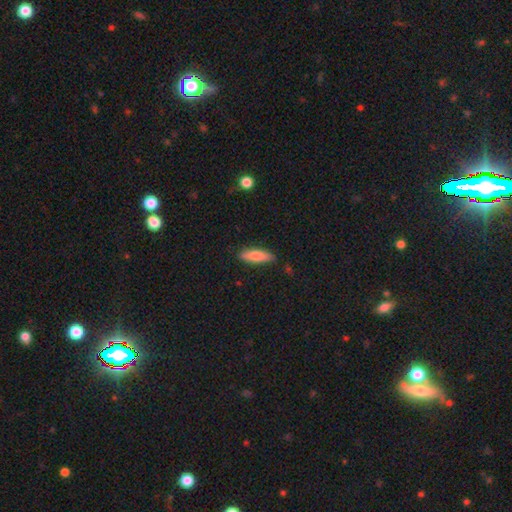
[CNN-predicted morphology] Q: Smooth or featured?
A: smooth (79%); runner-up: featured or disk (15%)
Q: How rounded?
A: cigar-shaped (57%); runner-up: in between (41%)
Q: Merging?
A: none (83%); runner-up: minor disturbance (13%)